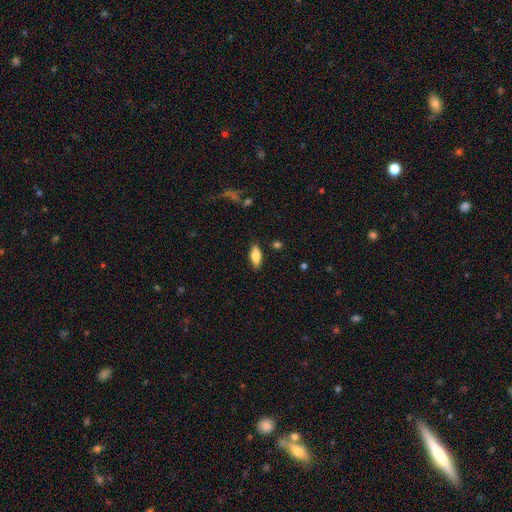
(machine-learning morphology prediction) This appears to be a smooth galaxy with no disk features (78%) that is in between round and cigar-shaped (76%). Merging: none (85%).